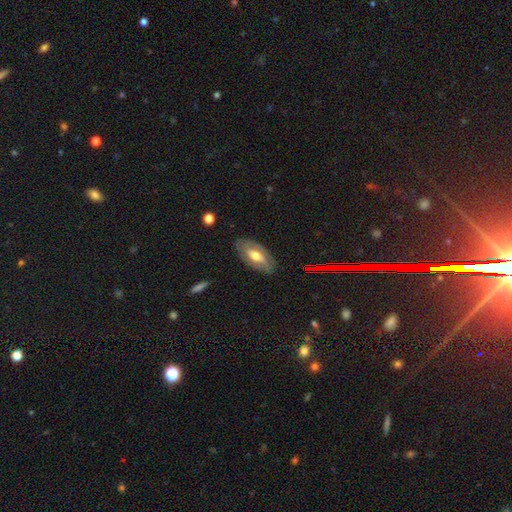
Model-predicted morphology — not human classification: Q: Smooth or featured?
A: featured or disk (52%); runner-up: smooth (42%)
Q: Edge-on disk?
A: no (83%); runner-up: yes (17%)
Q: Merging?
A: none (80%); runner-up: minor disturbance (15%)